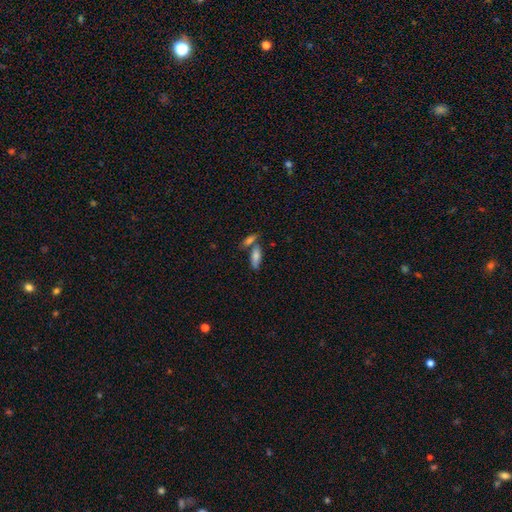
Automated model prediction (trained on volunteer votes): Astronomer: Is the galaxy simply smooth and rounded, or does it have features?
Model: smooth — 74%.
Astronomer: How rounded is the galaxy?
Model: in between — 65%.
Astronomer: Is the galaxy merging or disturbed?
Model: none — 51% (runner-up: merger, 32%).